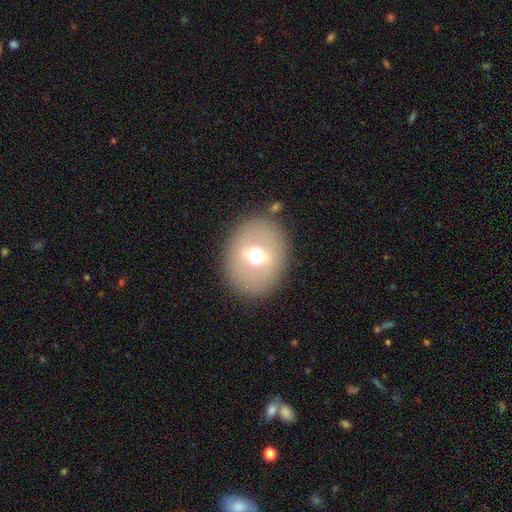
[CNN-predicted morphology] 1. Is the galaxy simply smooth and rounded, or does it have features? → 59% smooth, 30% featured or disk, 11% star or artifact.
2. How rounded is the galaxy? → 55% round, 44% in between, 1% cigar-shaped.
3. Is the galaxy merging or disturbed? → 86% none, 8% minor disturbance, 3% major disturbance, 2% merger.